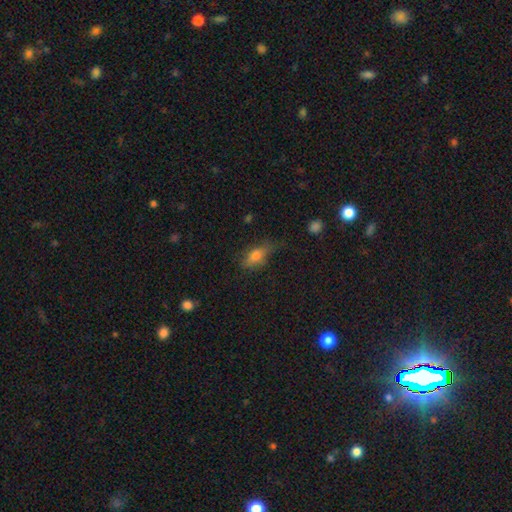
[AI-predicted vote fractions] smooth_or_featured: smooth (p=0.68) [alt: featured or disk p=0.21]
how_rounded: in between (p=0.75) [alt: cigar-shaped p=0.18]
merging: none (p=0.58) [alt: minor disturbance p=0.28]